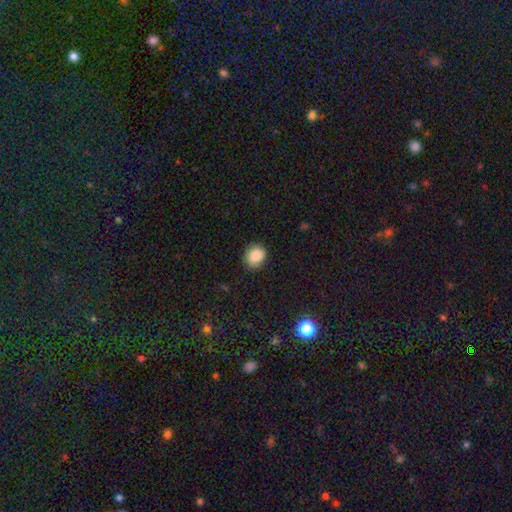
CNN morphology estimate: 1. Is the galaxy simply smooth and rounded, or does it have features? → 88% smooth, 9% star or artifact, 3% featured or disk.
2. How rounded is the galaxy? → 69% round, 30% in between, 1% cigar-shaped.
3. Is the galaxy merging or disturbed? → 85% none, 11% minor disturbance, 3% major disturbance, 1% merger.